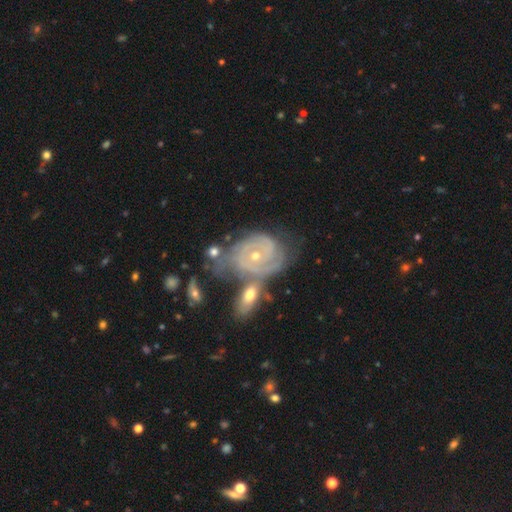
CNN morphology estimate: Smooth or featured? featured or disk (88%)
Edge-on disk? no (96%)
Bar? no (70%)
Spiral arms? yes (96%)
Spiral winding? tight (75%)
Spiral arm count? 2 (37%)
Bulge size? small (62%)
Merging? none (43%)